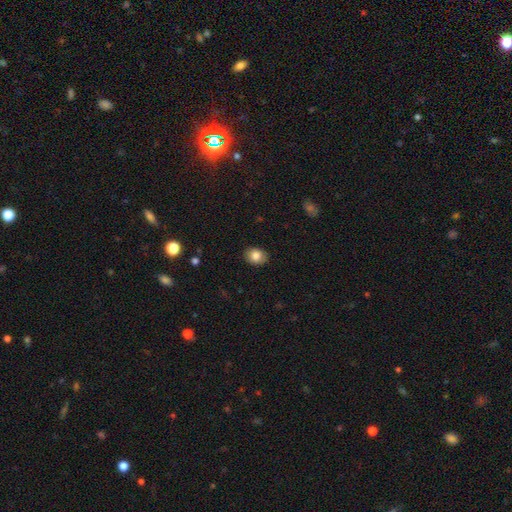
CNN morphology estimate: The model was most divided on "how rounded": in between: 59%, round: 40%, cigar-shaped: 1%. More confident: merging — none (86%); smooth or featured — smooth (84%).